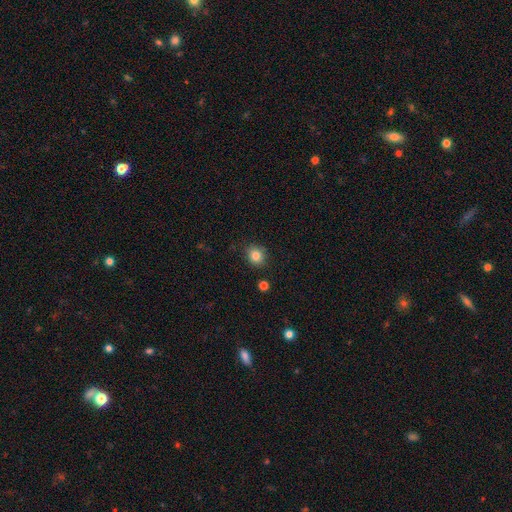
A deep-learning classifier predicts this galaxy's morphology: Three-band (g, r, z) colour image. It shows a smooth galaxy with no disk features (83%) that is round (75%). Merging: none (86%).